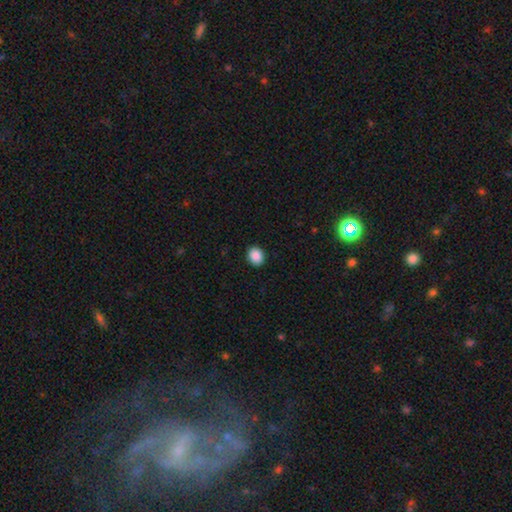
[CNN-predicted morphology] Q: Smooth or featured?
A: smooth (89%); runner-up: star or artifact (8%)
Q: How rounded?
A: round (64%); runner-up: in between (35%)
Q: Merging?
A: none (91%); runner-up: minor disturbance (6%)